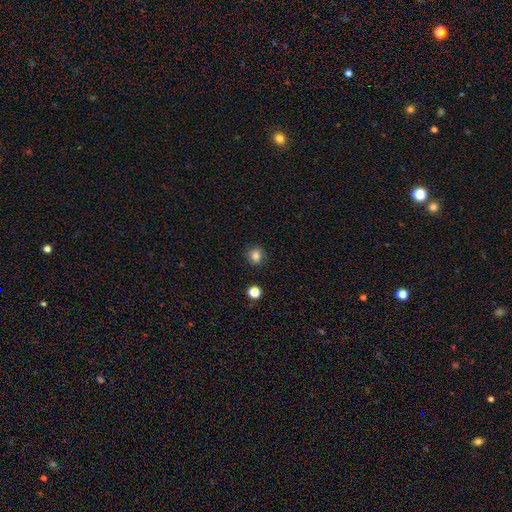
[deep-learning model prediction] Overall: smooth (84%). How rounded: round (81%). Merging: none (86%).